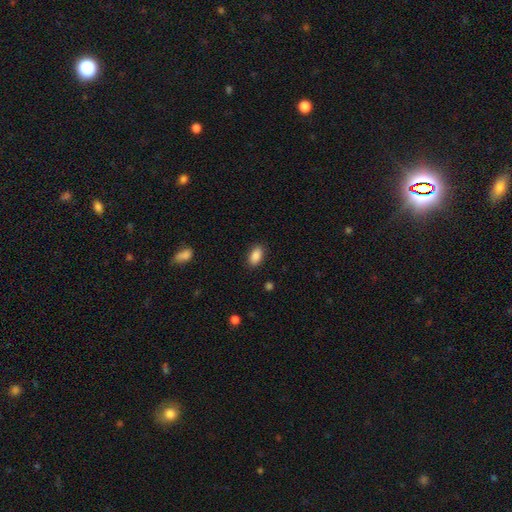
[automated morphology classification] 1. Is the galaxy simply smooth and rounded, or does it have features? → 88% smooth, 8% star or artifact, 4% featured or disk.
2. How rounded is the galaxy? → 92% in between, 6% round, 3% cigar-shaped.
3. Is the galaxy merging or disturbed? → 88% none, 8% minor disturbance, 2% major disturbance, 1% merger.